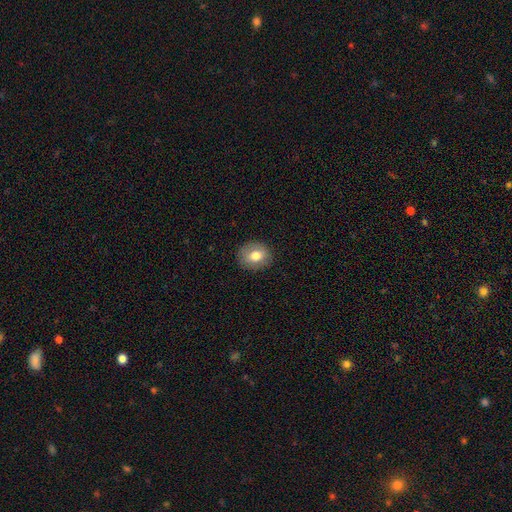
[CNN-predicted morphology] A smooth galaxy with no disk features (75%) that is round (66%). Merging: none (86%).